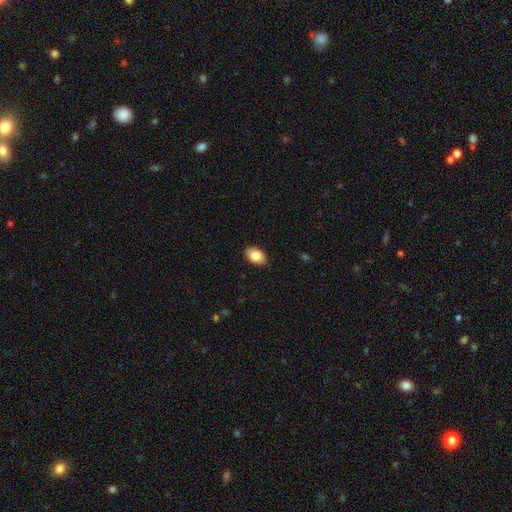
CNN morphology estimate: This appears to be a smooth galaxy with no disk features (86%) that is in between round and cigar-shaped (91%). Merging: none (88%).